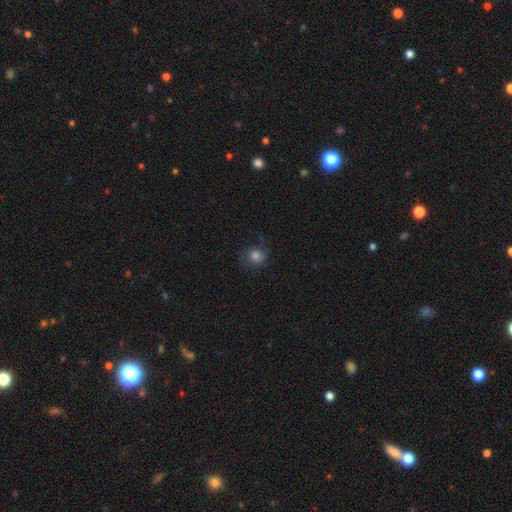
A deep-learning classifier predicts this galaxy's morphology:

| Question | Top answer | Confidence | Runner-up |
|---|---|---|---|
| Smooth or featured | smooth | 79% | star or artifact (11%) |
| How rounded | round | 79% | in between (20%) |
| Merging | none | 64% | minor disturbance (22%) |